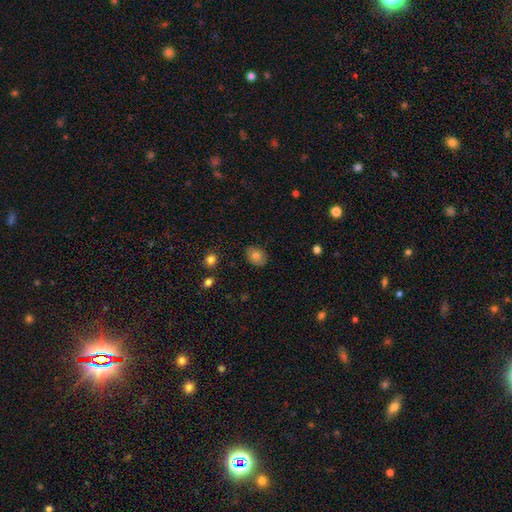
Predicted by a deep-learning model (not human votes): This appears to be a smooth galaxy with no disk features (78%) that is in between round and cigar-shaped (63%). Merging: none (84%).